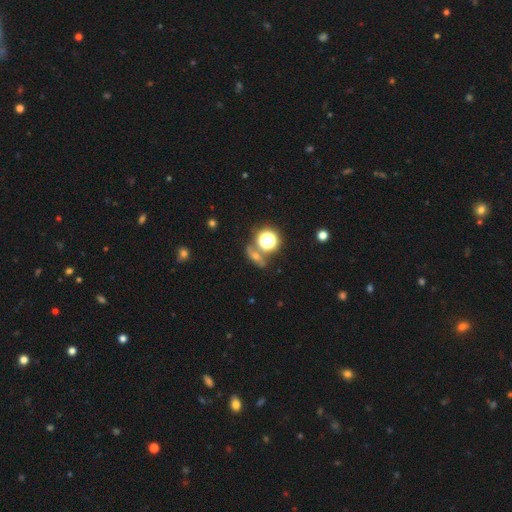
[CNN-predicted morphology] This is marginally a star or artifact rather than a galaxy (44%).